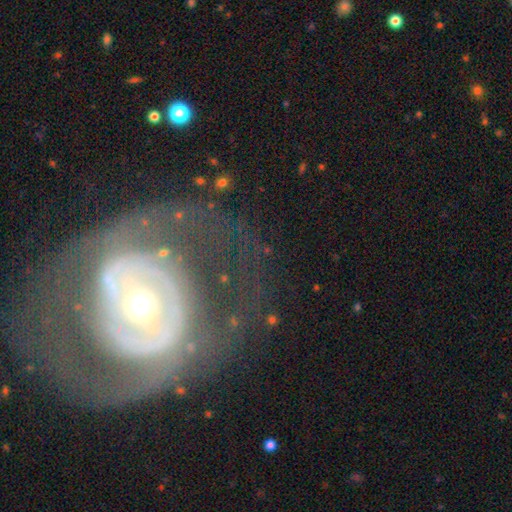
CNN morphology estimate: type=featured or disk (76%); edge-on=no (95%); bar=no (64%); spiral arms=yes (58%); bulge=small (51%); merging=none (59%).